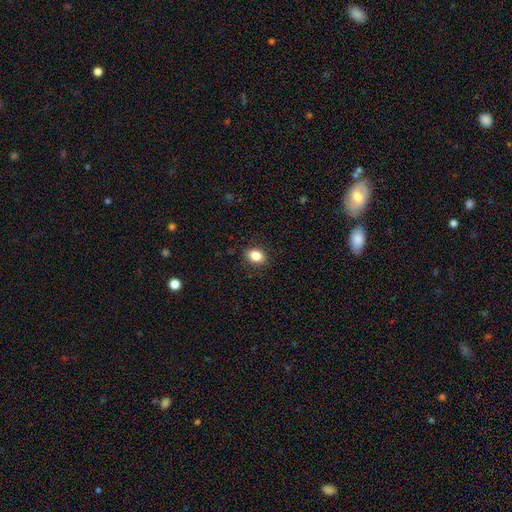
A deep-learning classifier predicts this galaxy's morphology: This appears to be a smooth galaxy with no disk features (84%) that is in between round and cigar-shaped (74%). Merging: none (88%).